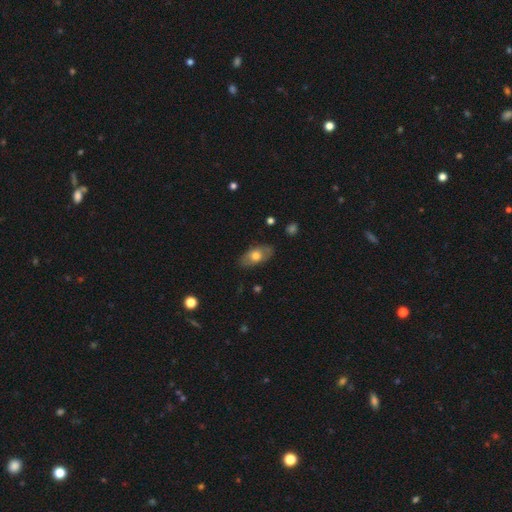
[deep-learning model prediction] Smooth or featured? smooth (62%)
How rounded? in between (90%)
Merging? none (82%)